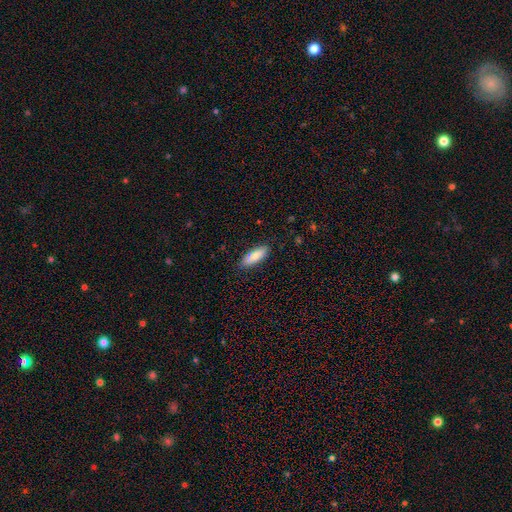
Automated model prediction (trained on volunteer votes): A smooth galaxy with no disk features (82%) that is in between round and cigar-shaped (66%).

Vote fractions:
- Smooth or featured? smooth: 82% / featured or disk: 12% / star or artifact: 6%
- How rounded? in between: 66% / cigar-shaped: 32% / round: 2%
- Merging? none: 85% / minor disturbance: 12% / major disturbance: 2% / merger: 2%